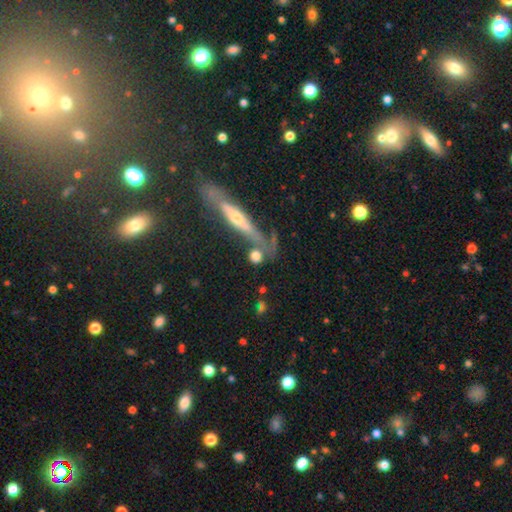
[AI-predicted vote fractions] Morphology: type=smooth (69%); roundness=round (71%); merging=none (61%).